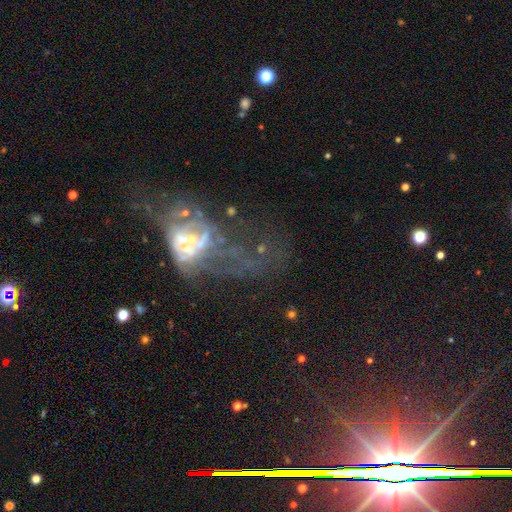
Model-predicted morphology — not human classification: A featured or disk galaxy (50%).

Vote fractions:
- Smooth or featured? featured or disk: 50% / star or artifact: 33% / smooth: 17%
- Merging? major disturbance: 46% / none: 28% / minor disturbance: 15% / merger: 11%